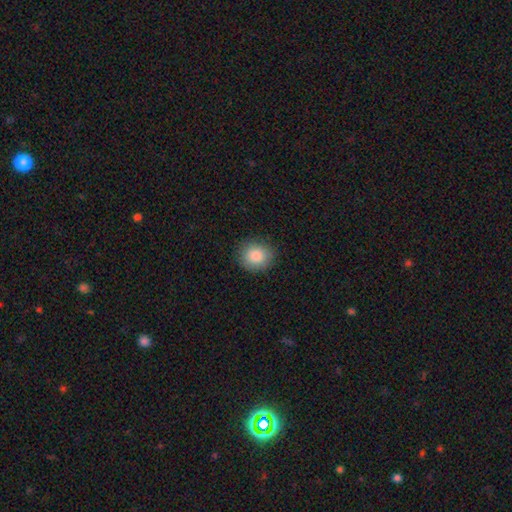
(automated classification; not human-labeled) Morphology: type=smooth (87%); roundness=round (77%); merging=none (87%).